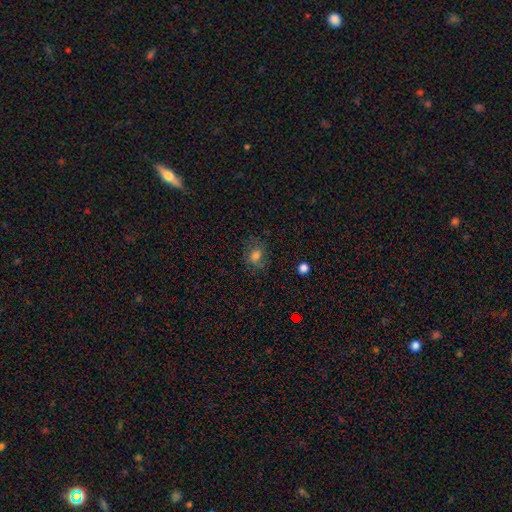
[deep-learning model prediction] Overall: smooth (65%). How rounded: round (52%; in between 47%). Merging: none (72%).